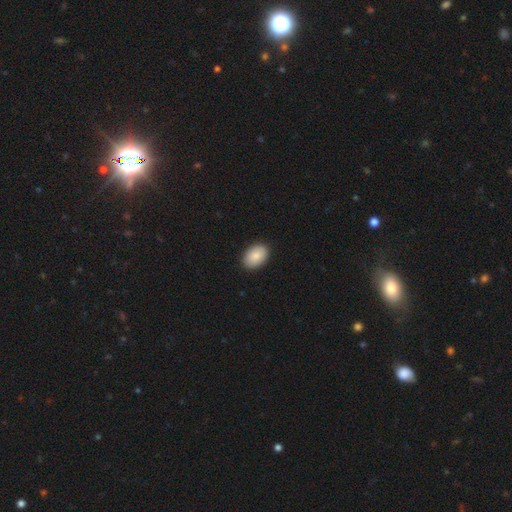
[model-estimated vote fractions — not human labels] smooth_or_featured: smooth (p=0.89) [alt: star or artifact p=0.06]
how_rounded: in between (p=0.90) [alt: round p=0.09]
merging: none (p=0.90) [alt: minor disturbance p=0.07]